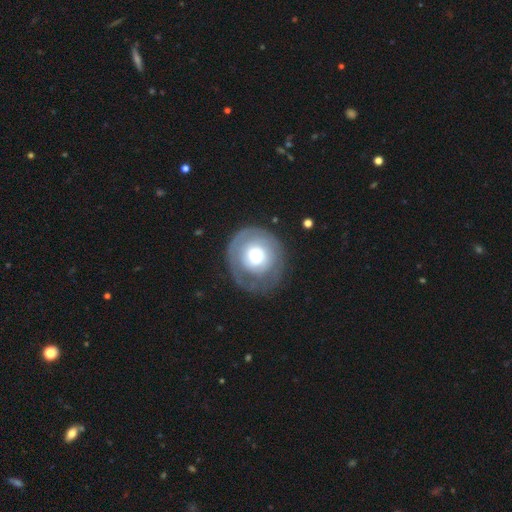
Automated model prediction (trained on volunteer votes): Morphology: type=featured or disk (51%); edge-on=no (97%); merging=none (63%).